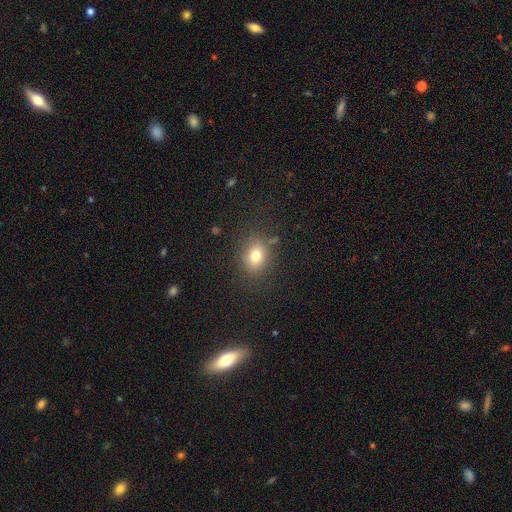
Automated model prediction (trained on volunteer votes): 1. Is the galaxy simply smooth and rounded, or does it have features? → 77% smooth, 14% star or artifact, 10% featured or disk.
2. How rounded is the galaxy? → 52% round, 47% in between, 1% cigar-shaped.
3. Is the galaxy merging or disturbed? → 81% none, 12% minor disturbance, 5% major disturbance, 2% merger.